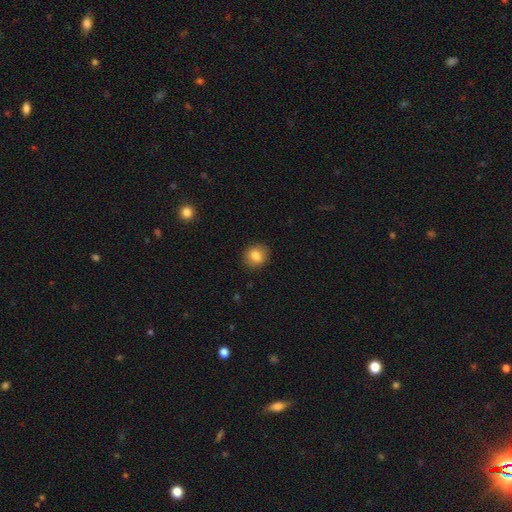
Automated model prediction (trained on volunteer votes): Morphology: type=smooth (82%); roundness=round (76%); merging=none (89%).